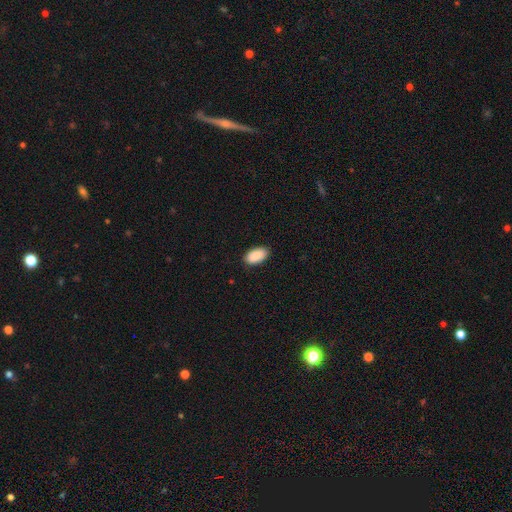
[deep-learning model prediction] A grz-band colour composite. It shows a smooth galaxy with no disk features (91%) that is in between round and cigar-shaped (95%). Merging: none (88%).